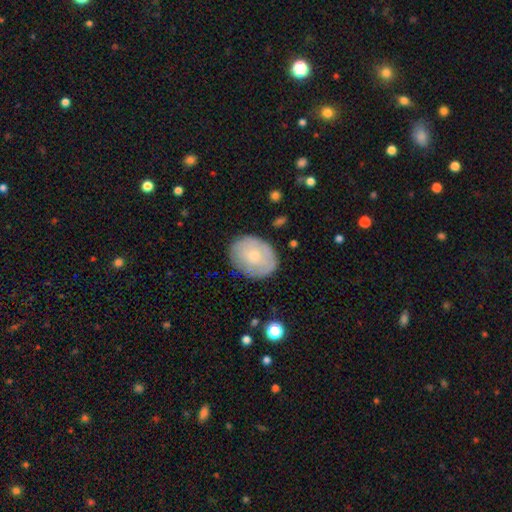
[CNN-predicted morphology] This appears to be a smooth galaxy with no disk features (59%) that is in between round and cigar-shaped (55%). Merging: none (78%).